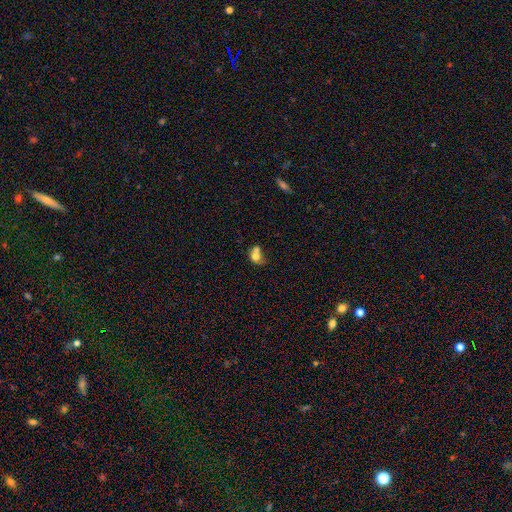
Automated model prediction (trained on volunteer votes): Smooth or featured? Predicted: smooth (p=0.71). How rounded? Predicted: round (p=0.53). Merging? Predicted: merger (p=0.54).